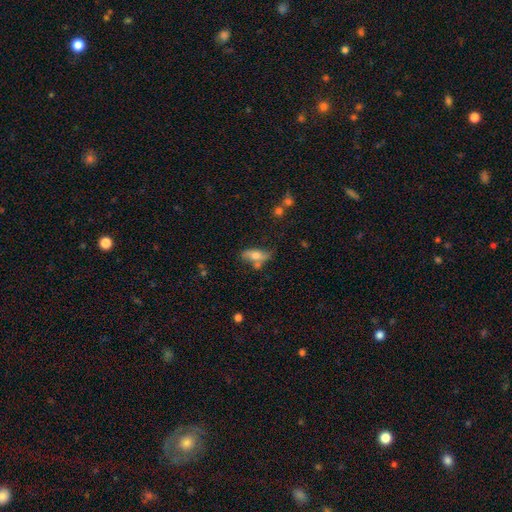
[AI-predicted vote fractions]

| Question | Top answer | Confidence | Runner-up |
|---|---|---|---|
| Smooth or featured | smooth | 63% | featured or disk (29%) |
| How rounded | in between | 75% | cigar-shaped (21%) |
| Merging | none | 55% | minor disturbance (22%) |